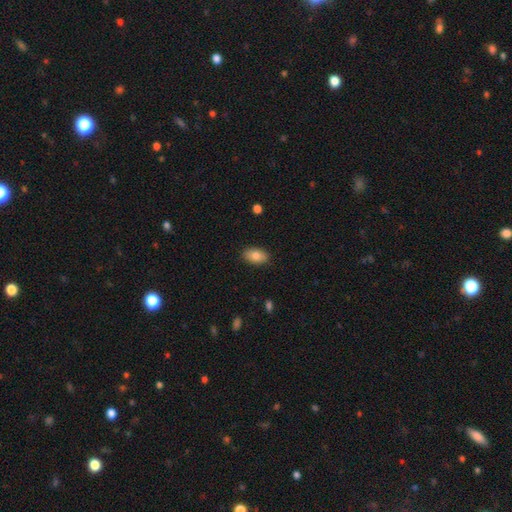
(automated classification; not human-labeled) The model was most divided on "smooth or featured": smooth: 82%, featured or disk: 11%, star or artifact: 7%. More confident: how rounded — in between (91%); merging — none (87%).